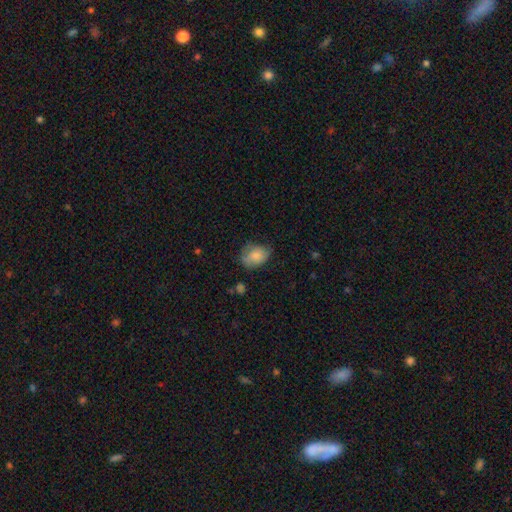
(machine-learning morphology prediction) Smooth or featured? smooth (75%)
How rounded? in between (67%)
Merging? none (57%)